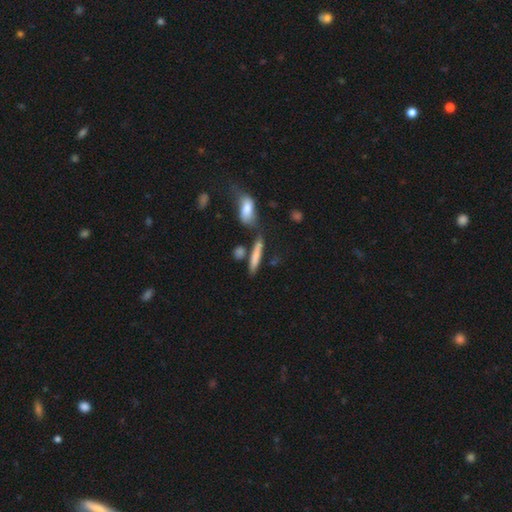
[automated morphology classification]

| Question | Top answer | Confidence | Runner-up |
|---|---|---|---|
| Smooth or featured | smooth | 73% | featured or disk (19%) |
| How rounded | cigar-shaped | 84% | in between (13%) |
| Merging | none | 66% | merger (16%) |